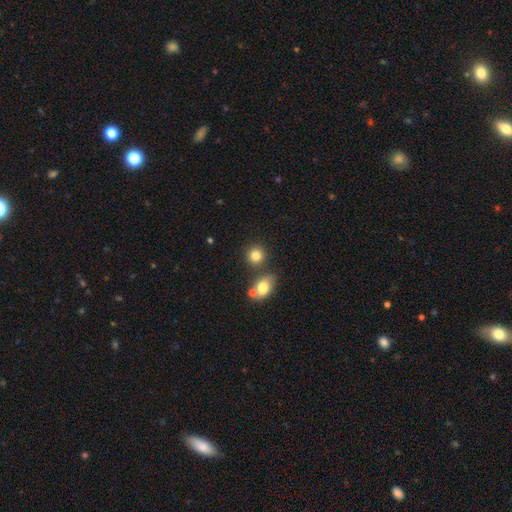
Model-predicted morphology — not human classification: The model was most divided on "merging": none: 74%, merger: 14%, minor disturbance: 9%, major disturbance: 3%. More confident: how rounded — round (85%); smooth or featured — smooth (81%).